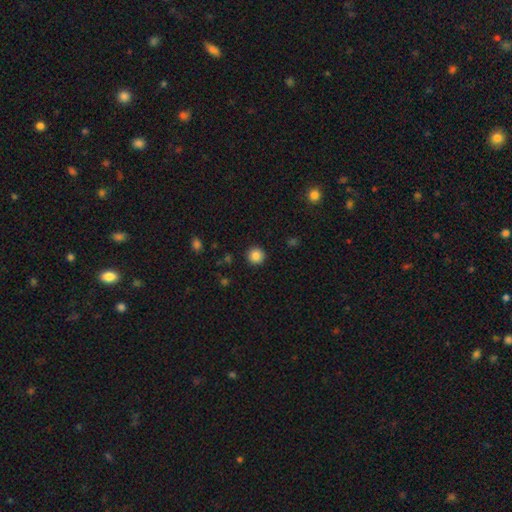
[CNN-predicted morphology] Smooth or featured?
  - smooth: 85% *
  - star or artifact: 10%
  - featured or disk: 5%
How rounded?
  - round: 95% *
  - in between: 4%
  - cigar-shaped: 1%
Merging?
  - none: 93% *
  - minor disturbance: 5%
  - major disturbance: 2%
  - merger: 1%